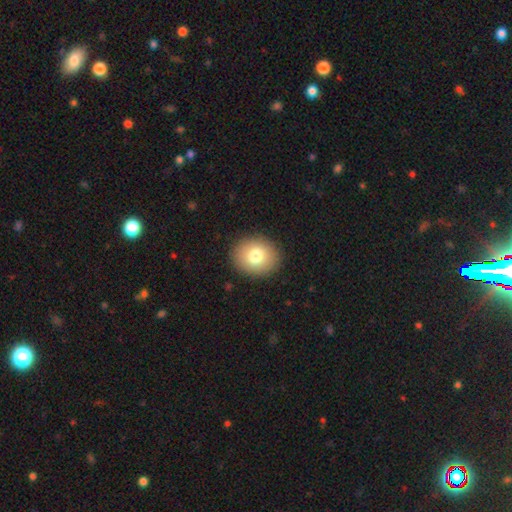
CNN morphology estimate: smooth_or_featured: smooth (p=0.78) [alt: featured or disk p=0.12]
how_rounded: round (p=0.64) [alt: in between p=0.35]
merging: none (p=0.91) [alt: minor disturbance p=0.06]